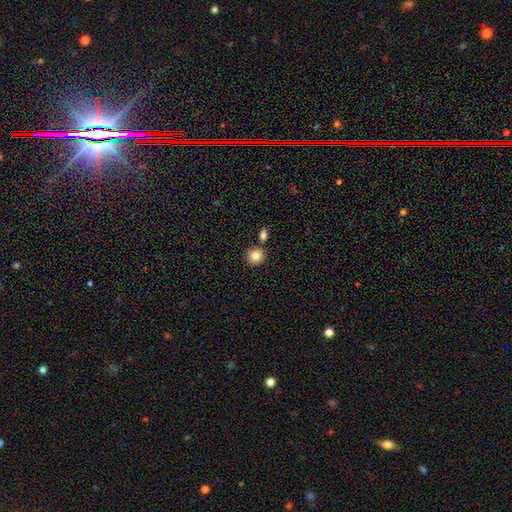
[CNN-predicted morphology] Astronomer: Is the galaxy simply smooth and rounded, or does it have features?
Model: smooth — 84%.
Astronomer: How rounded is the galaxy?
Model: round — 87%.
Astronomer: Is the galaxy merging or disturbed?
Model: none — 77%.